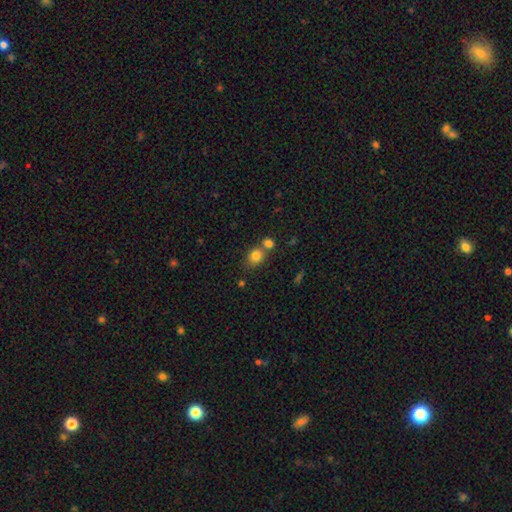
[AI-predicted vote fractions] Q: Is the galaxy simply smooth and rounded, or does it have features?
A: smooth — 81%.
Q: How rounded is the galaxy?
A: round — 58%.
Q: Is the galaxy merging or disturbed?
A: none — 54%.